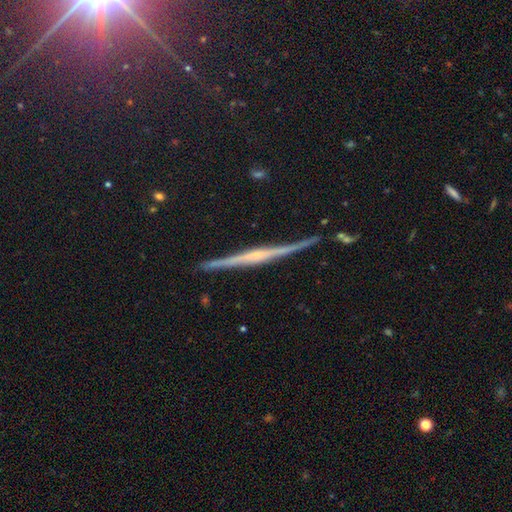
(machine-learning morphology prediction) Smooth or featured? featured or disk (78%)
Edge-on disk? yes (98%)
Edge-on bulge? rounded (49%)
Merging? none (87%)